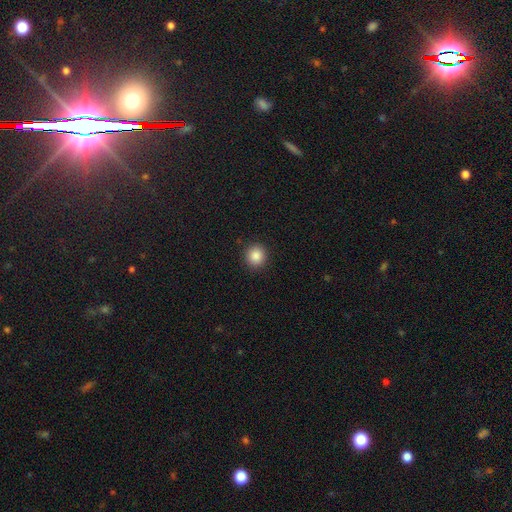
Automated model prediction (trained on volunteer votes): The model was most divided on "smooth or featured": smooth: 87%, star or artifact: 10%, featured or disk: 4%. More confident: merging — none (92%); how rounded — round (91%).